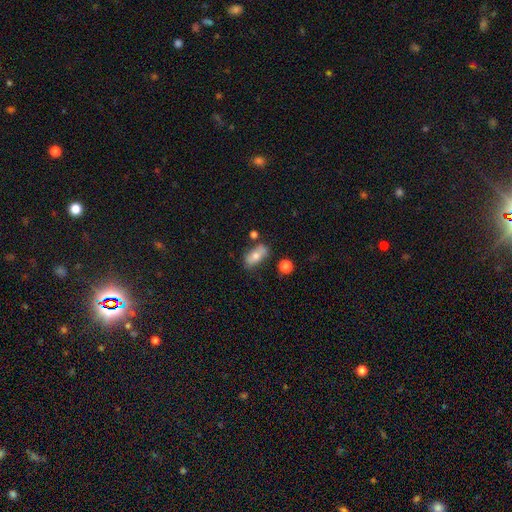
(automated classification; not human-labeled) Q: Smooth or featured?
A: smooth (69%); runner-up: featured or disk (23%)
Q: How rounded?
A: in between (85%); runner-up: cigar-shaped (8%)
Q: Merging?
A: none (63%); runner-up: minor disturbance (21%)